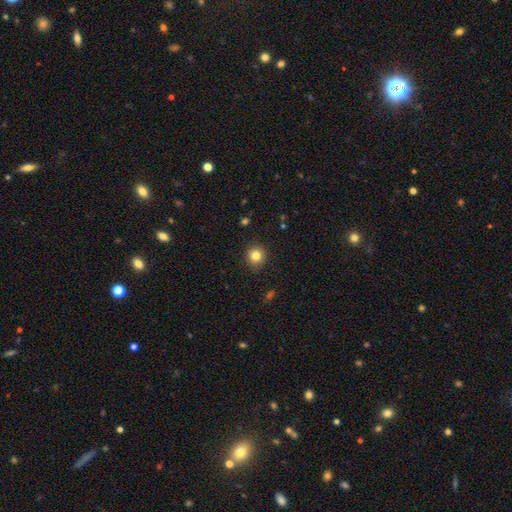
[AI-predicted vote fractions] A smooth galaxy with no disk features (83%) that is round (91%). Merging: none (90%).